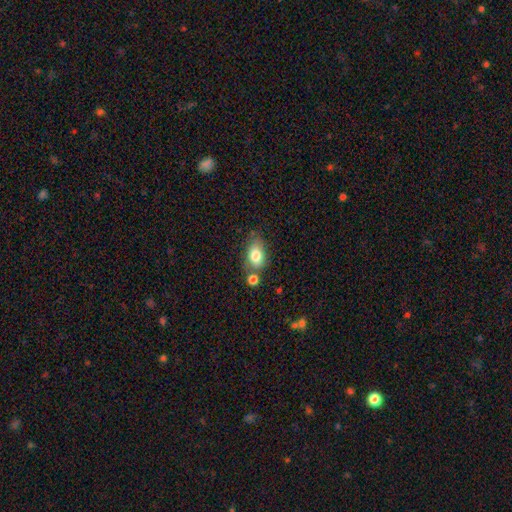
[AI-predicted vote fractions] Smooth or featured? Predicted: smooth (p=0.79). How rounded? Predicted: in between (p=0.82). Merging? Predicted: none (p=0.56).